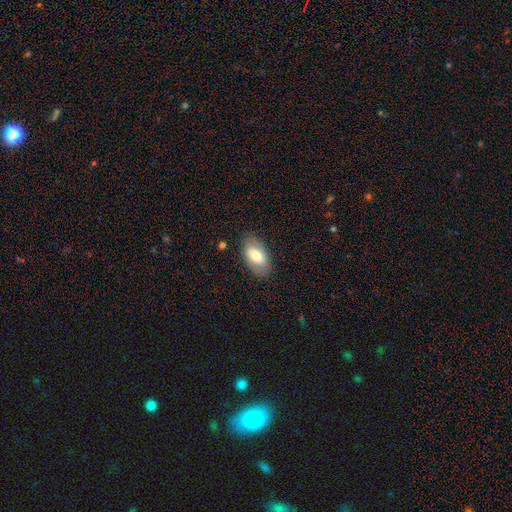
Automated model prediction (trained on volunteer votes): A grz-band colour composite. It shows a smooth galaxy with no disk features (63%) that is in between round and cigar-shaped (93%). Merging: none (81%).